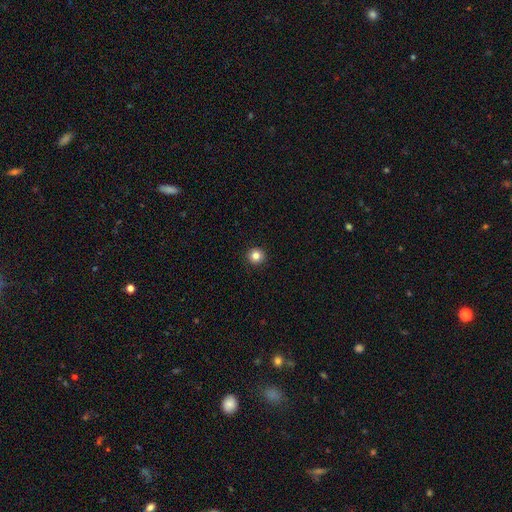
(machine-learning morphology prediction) smooth_or_featured: smooth (p=0.84) [alt: star or artifact p=0.11]
how_rounded: round (p=0.95) [alt: in between p=0.04]
merging: none (p=0.94) [alt: minor disturbance p=0.04]